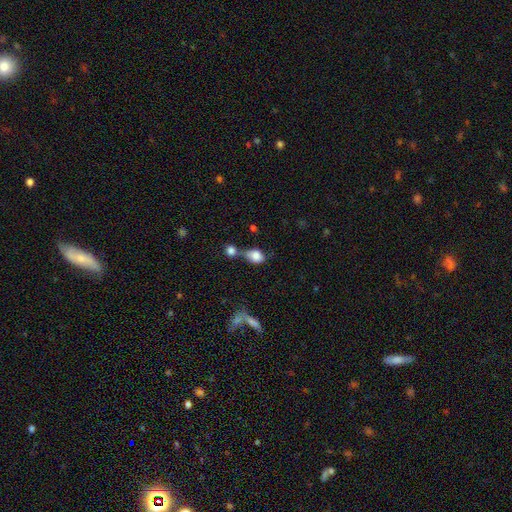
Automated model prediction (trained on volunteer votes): smooth_or_featured: smooth (p=0.81) [alt: featured or disk p=0.10]
how_rounded: in between (p=0.60) [alt: round p=0.38]
merging: merger (p=0.43) [alt: none p=0.30]